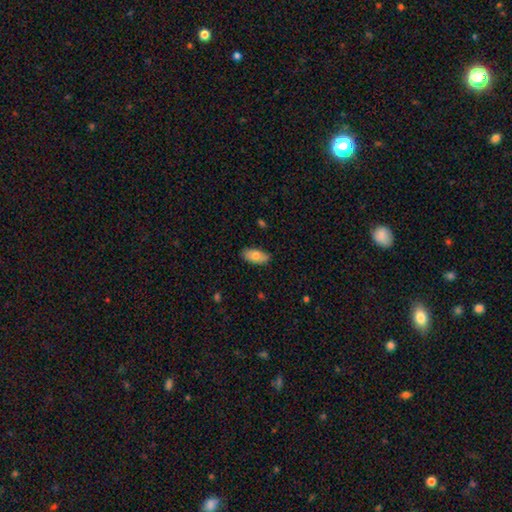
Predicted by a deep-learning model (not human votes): Q: Smooth or featured?
A: smooth (74%); runner-up: featured or disk (20%)
Q: How rounded?
A: in between (91%); runner-up: cigar-shaped (6%)
Q: Merging?
A: none (82%); runner-up: minor disturbance (15%)